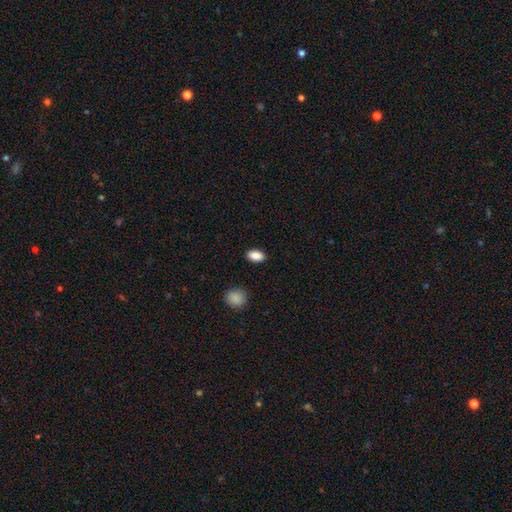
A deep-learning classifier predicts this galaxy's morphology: Smooth or featured?
  - smooth: 89% *
  - star or artifact: 8%
  - featured or disk: 3%
How rounded?
  - in between: 90% *
  - round: 7%
  - cigar-shaped: 3%
Merging?
  - none: 89% *
  - minor disturbance: 8%
  - major disturbance: 2%
  - merger: 1%